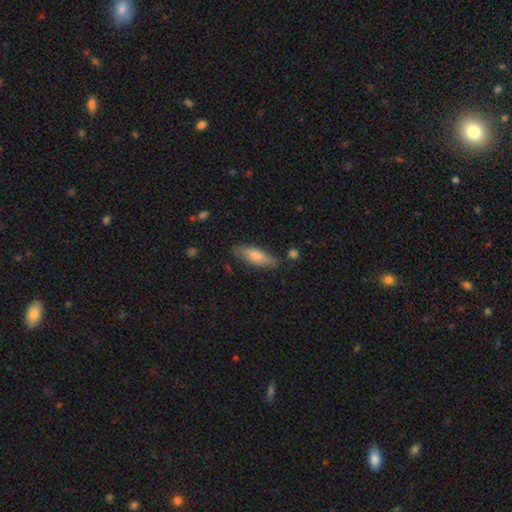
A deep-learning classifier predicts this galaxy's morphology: Overall: smooth (72%). How rounded: in between (55%; cigar-shaped 43%). Merging: none (77%).